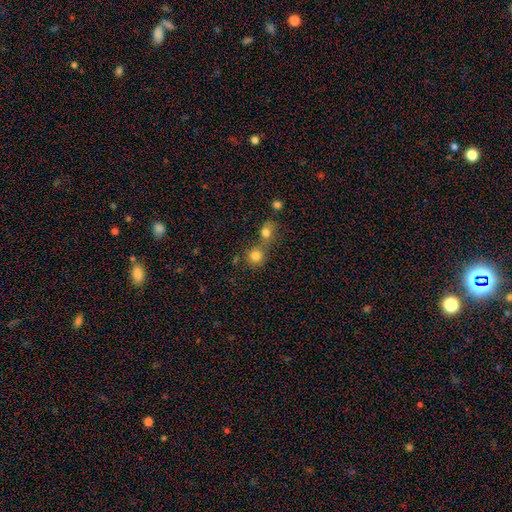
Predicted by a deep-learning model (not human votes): The model was most divided on "merging": none: 47%, merger: 43%, minor disturbance: 7%, major disturbance: 3%. More confident: how rounded — round (87%); smooth or featured — smooth (80%).